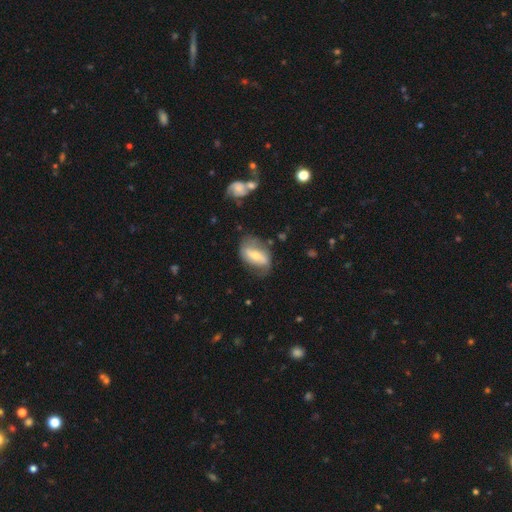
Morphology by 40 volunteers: featured or disk 65%, smooth 32%, star or artifact 2%. Down the decision tree: edge-on disk — no (96%); bar — weak (40%); spiral arms — yes (68%); spiral arm count — 2 (82%); spiral winding — loose (59%); bulge size — moderate (44%, tied with small); merging — none (49%).